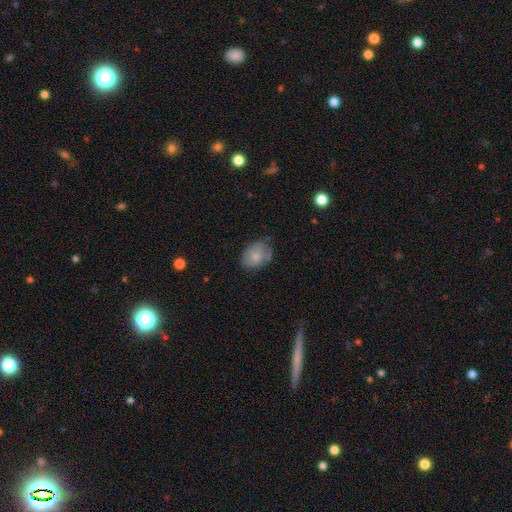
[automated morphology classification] This appears to be a smooth galaxy with no disk features (74%) that is in between round and cigar-shaped (69%). Merging: none (61%).